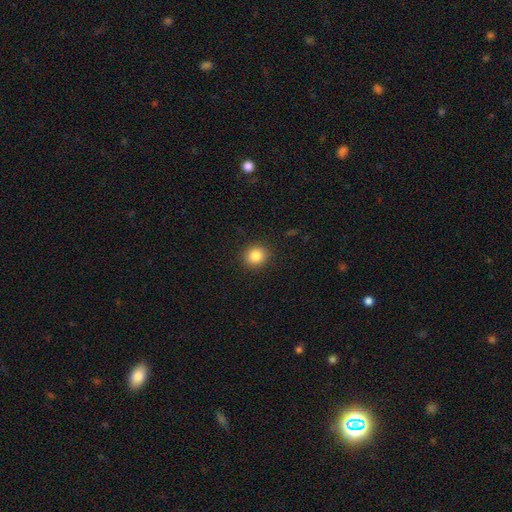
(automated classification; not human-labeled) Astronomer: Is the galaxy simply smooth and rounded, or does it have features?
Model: smooth — 85%.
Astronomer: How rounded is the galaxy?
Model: round — 84%.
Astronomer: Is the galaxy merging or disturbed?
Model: none — 91%.